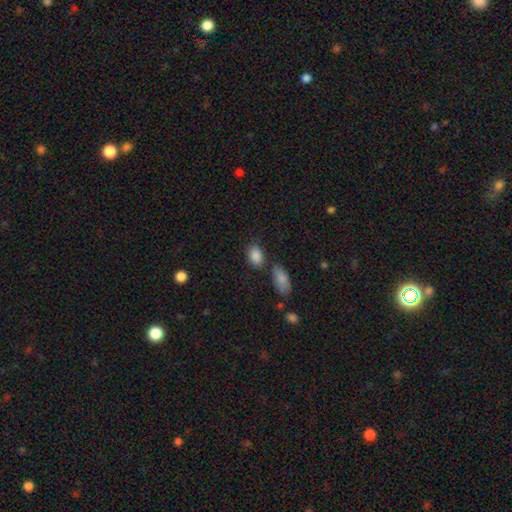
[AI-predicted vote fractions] smooth_or_featured: smooth (p=0.87) [alt: star or artifact p=0.08]
how_rounded: in between (p=0.82) [alt: round p=0.16]
merging: none (p=0.68) [alt: minor disturbance p=0.15]